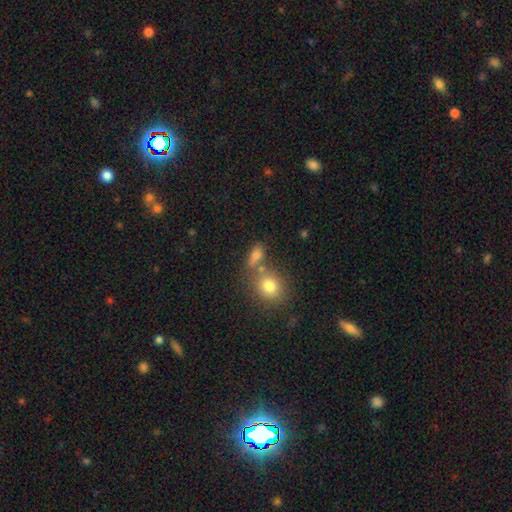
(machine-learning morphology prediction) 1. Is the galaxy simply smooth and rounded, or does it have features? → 75% smooth, 14% star or artifact, 11% featured or disk.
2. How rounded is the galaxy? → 70% in between, 22% round, 8% cigar-shaped.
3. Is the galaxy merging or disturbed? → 53% none, 28% merger, 13% minor disturbance, 6% major disturbance.